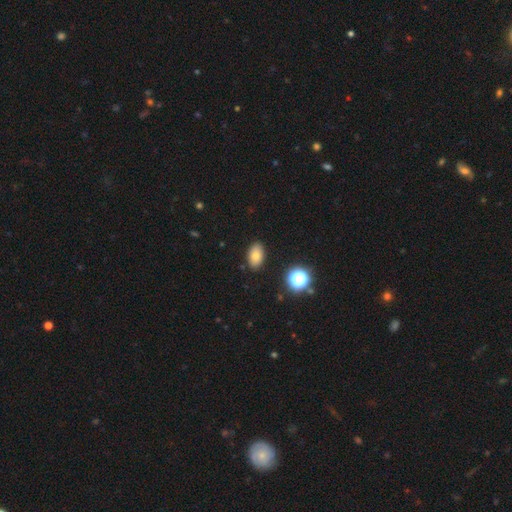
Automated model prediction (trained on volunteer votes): smooth-or-featured: smooth: 79% | star or artifact: 11% | featured or disk: 10%
  how-rounded: in between: 90% | round: 9% | cigar-shaped: 2%
  merging: none: 88% | minor disturbance: 9% | major disturbance: 2% | merger: 1%